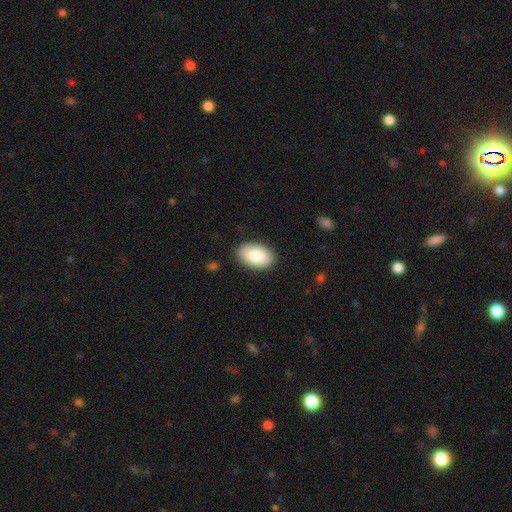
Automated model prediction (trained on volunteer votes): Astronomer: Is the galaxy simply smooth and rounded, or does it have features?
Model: smooth — 84%.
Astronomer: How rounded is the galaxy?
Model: in between — 93%.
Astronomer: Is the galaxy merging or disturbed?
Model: none — 88%.